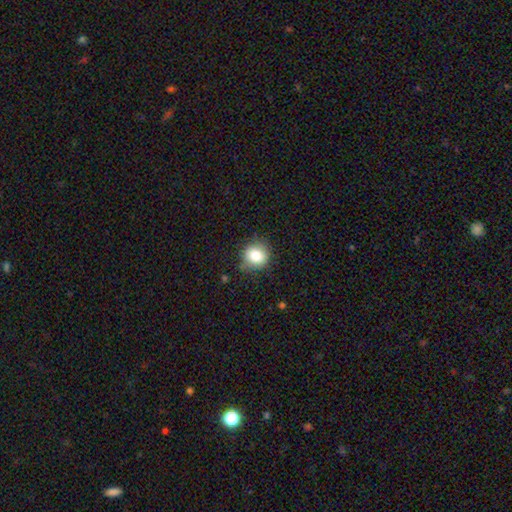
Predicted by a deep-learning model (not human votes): Smooth or featured?
  - smooth: 82% *
  - star or artifact: 10%
  - featured or disk: 9%
How rounded?
  - round: 84% *
  - in between: 15%
  - cigar-shaped: 1%
Merging?
  - none: 79% *
  - minor disturbance: 16%
  - major disturbance: 3%
  - merger: 1%